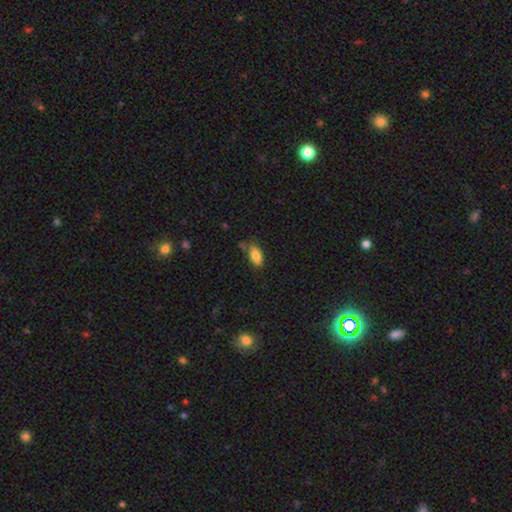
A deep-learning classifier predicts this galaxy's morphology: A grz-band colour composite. It shows a smooth galaxy with no disk features (83%) that is in between round and cigar-shaped (90%). Merging: none (66%).